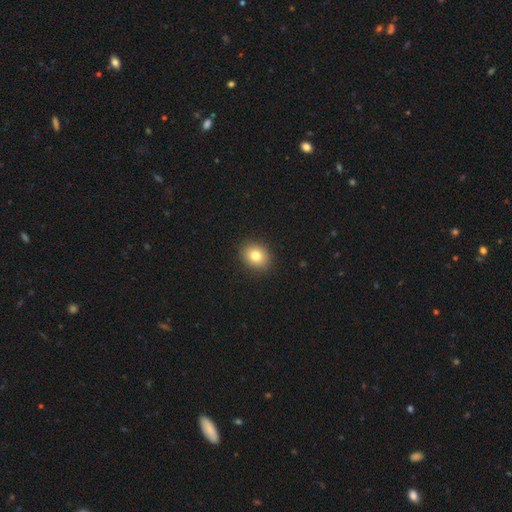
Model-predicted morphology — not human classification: smooth-or-featured: smooth: 80% | star or artifact: 10% | featured or disk: 10%
  how-rounded: round: 53% | in between: 46% | cigar-shaped: 1%
  merging: none: 90% | minor disturbance: 7% | major disturbance: 2% | merger: 1%